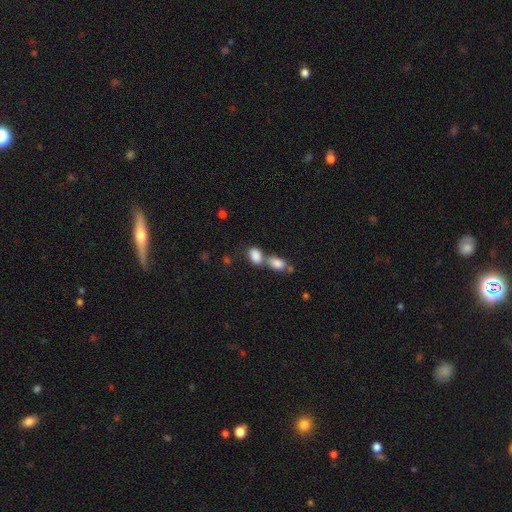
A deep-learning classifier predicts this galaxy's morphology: type=smooth (85%); roundness=in between (88%); merging=merger (59%).